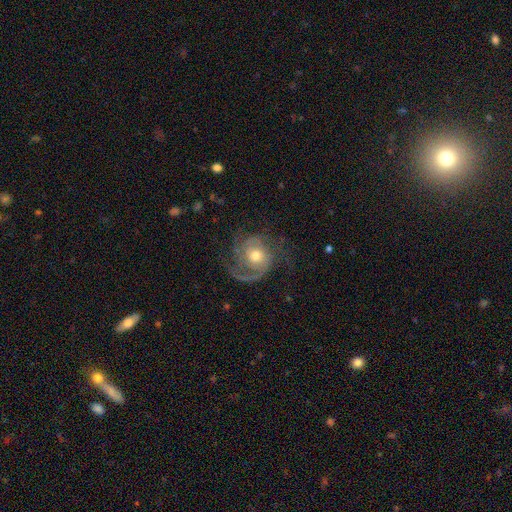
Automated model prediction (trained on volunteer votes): The model was most divided on "spiral winding": medium: 42%, tight: 37%, loose: 21%. Remaining: edge-on disk — no (97%); spiral arms — yes (95%); smooth or featured — featured or disk (83%); bar — no (75%); bulge size — moderate (68%); merging — none (62%); spiral arm count — 2 (38%).